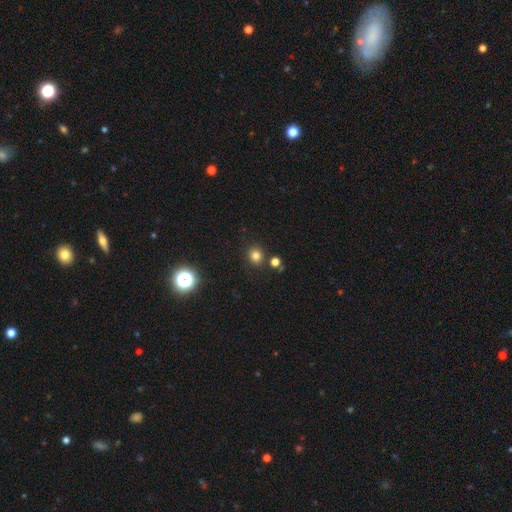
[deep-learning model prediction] smooth 78%, star or artifact 16%, featured or disk 6%. Down the decision tree: how rounded — round (81%); merging — none (83%).